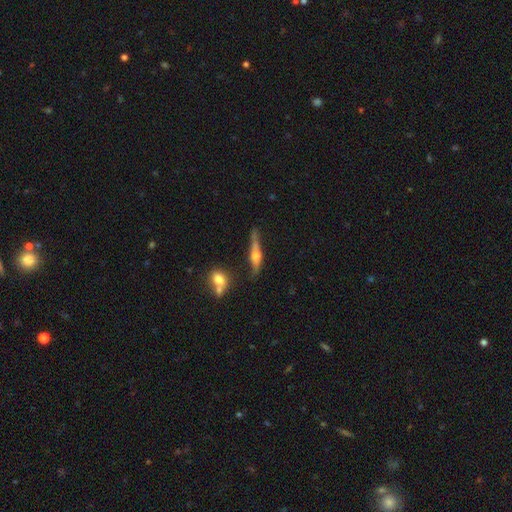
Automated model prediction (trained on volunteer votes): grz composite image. It shows a featured or disk galaxy (70%) viewed edge-on (95%) with a rounded central bulge (90%). Merging: none (69%).